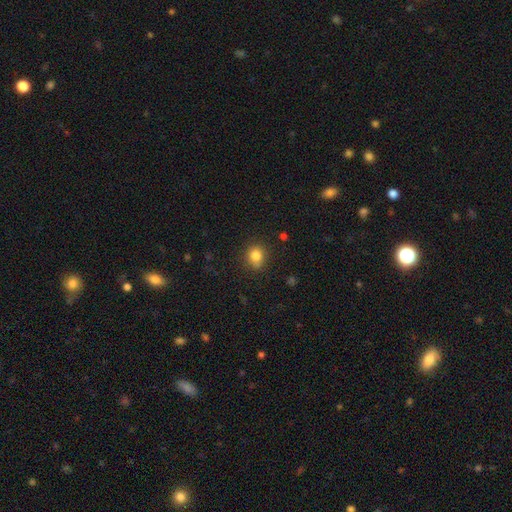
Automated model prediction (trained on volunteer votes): Morphology: type=smooth (83%); roundness=round (76%); merging=none (78%).